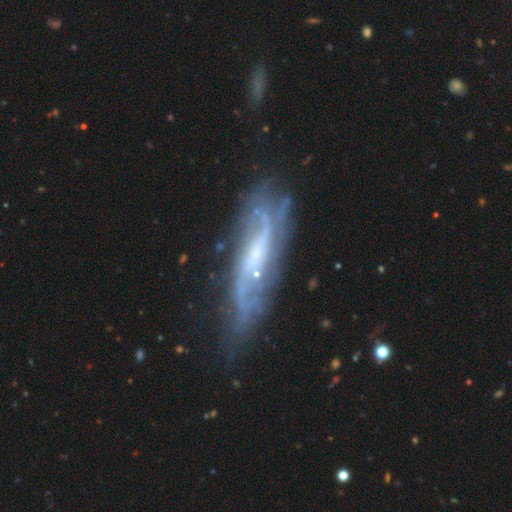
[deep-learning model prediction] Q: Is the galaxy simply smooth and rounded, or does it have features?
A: featured or disk — 78%.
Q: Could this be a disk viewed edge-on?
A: no — 73%.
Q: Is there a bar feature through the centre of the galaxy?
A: weak — 43%.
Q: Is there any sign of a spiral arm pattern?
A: yes — 87%.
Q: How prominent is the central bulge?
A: small — 52%.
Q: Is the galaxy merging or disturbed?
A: none — 64%.